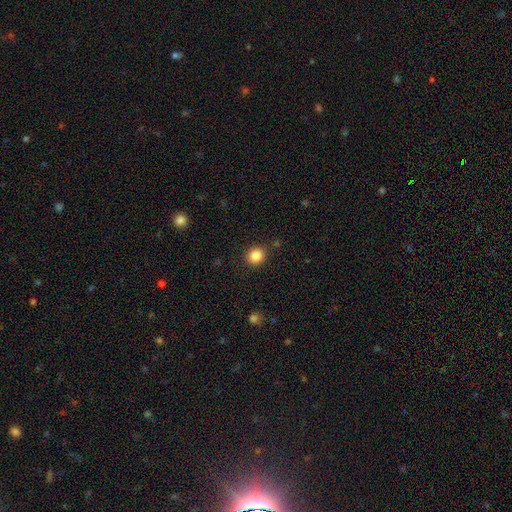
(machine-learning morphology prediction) Q: Smooth or featured?
A: smooth (85%); runner-up: star or artifact (11%)
Q: How rounded?
A: round (83%); runner-up: in between (16%)
Q: Merging?
A: none (88%); runner-up: minor disturbance (8%)